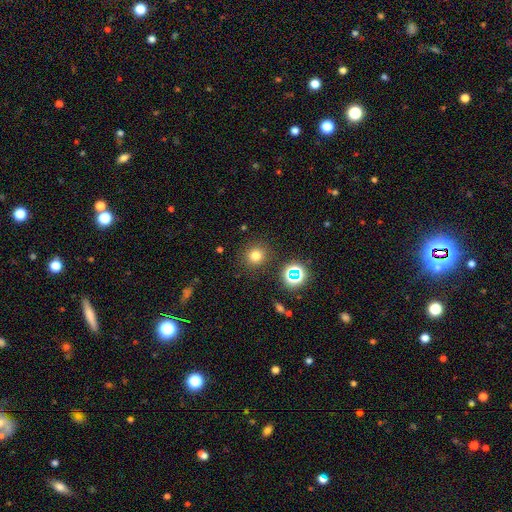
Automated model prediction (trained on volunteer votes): Overall: smooth (75%). How rounded: round (90%). Merging: none (87%).